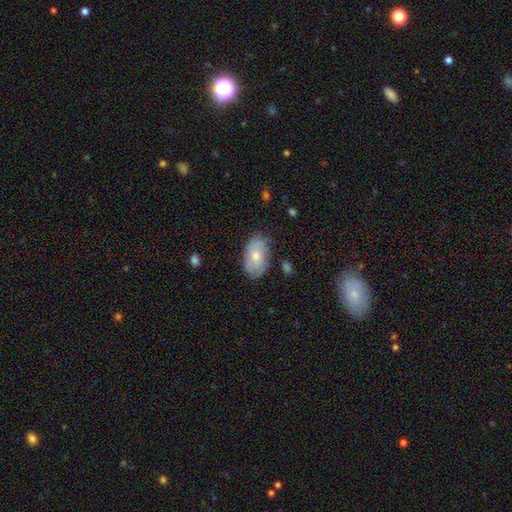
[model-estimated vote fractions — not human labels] Smooth or featured: smooth — 65% (featured or disk — 29%)
How rounded: in between — 92% (round — 7%)
Merging: none — 72% (minor disturbance — 21%)